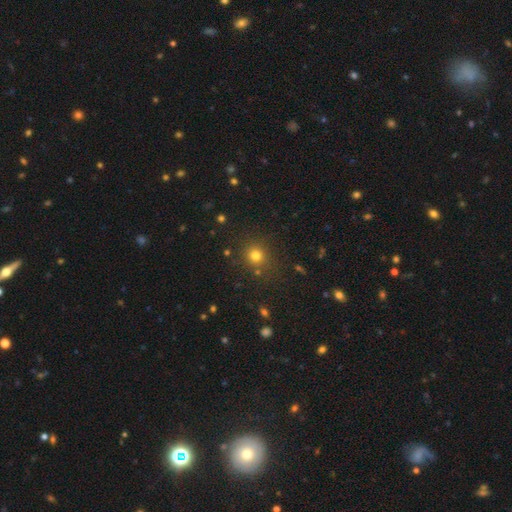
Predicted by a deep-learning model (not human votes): smooth-or-featured: smooth: 76% | star or artifact: 18% | featured or disk: 6%
  how-rounded: round: 90% | in between: 9% | cigar-shaped: 1%
  merging: none: 84% | minor disturbance: 9% | merger: 4% | major disturbance: 4%